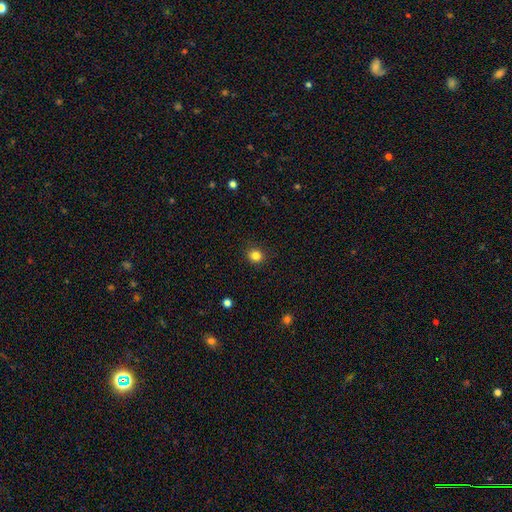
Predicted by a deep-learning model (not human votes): This is clearly a smooth galaxy (83%). How rounded: clearly round (87%). Merging: clearly none (91%).